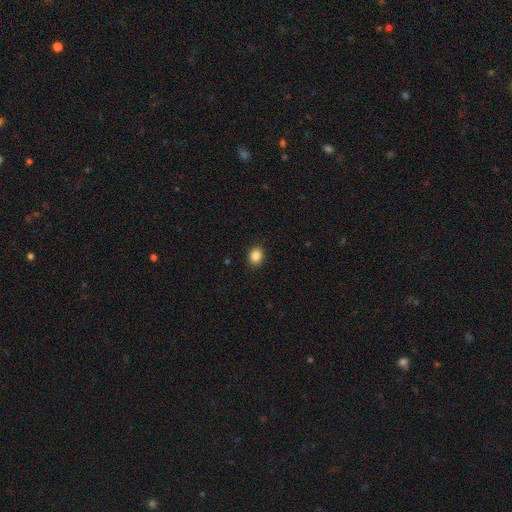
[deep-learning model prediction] Smooth or featured: smooth — 87% (star or artifact — 10%)
How rounded: in between — 56% (round — 43%)
Merging: none — 90% (minor disturbance — 7%)